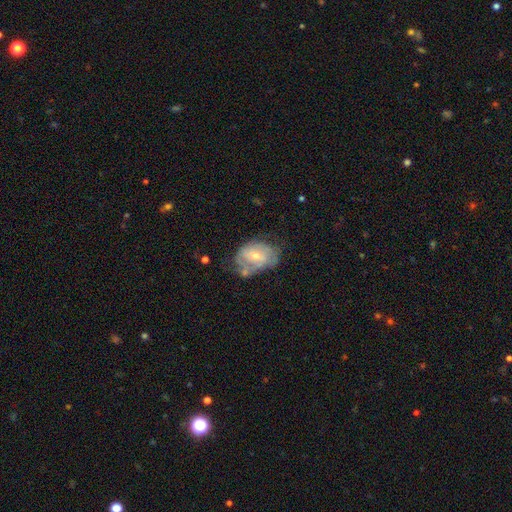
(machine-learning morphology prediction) Smooth or featured: featured or disk — 69% (smooth — 25%)
Edge-on disk: no — 97% (yes — 3%)
Bar: weak — 51% (no — 35%)
Spiral arms: yes — 78% (no — 22%)
Spiral winding: tight — 47% (medium — 37%)
Spiral arm count: can't tell — 39% (2 — 38%)
Bulge size: small — 53% (moderate — 43%)
Merging: none — 43% (minor disturbance — 30%)